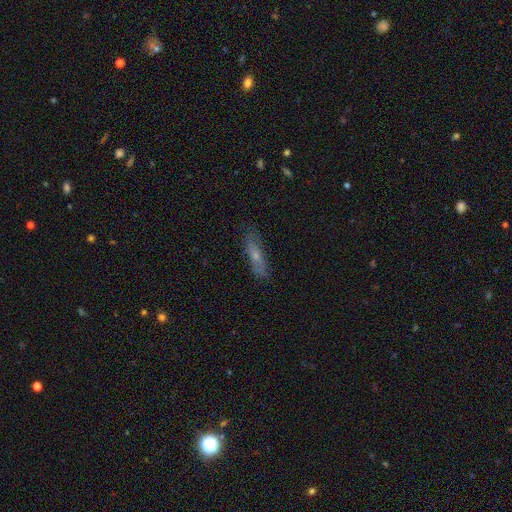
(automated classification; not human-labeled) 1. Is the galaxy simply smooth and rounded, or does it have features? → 49% smooth, 42% featured or disk, 9% star or artifact.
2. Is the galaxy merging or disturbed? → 76% none, 18% minor disturbance, 4% major disturbance, 1% merger.